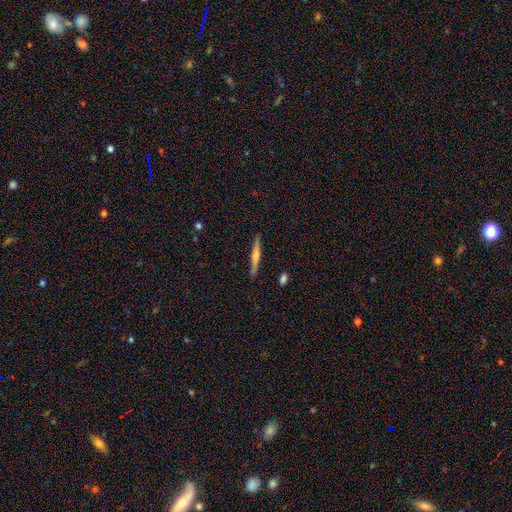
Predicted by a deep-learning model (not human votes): featured or disk 58%, smooth 36%, star or artifact 6%. Down the decision tree: edge-on disk — yes (97%); edge-on bulge — rounded (78%); merging — none (90%).